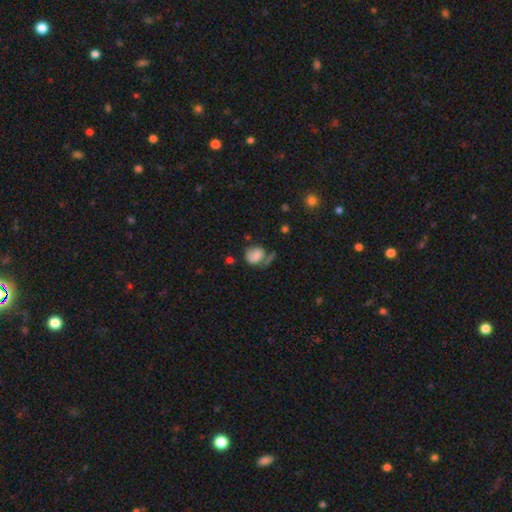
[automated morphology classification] smooth_or_featured: smooth (p=0.69) [alt: featured or disk p=0.21]
how_rounded: round (p=0.54) [alt: in between p=0.45]
merging: none (p=0.41) [alt: minor disturbance p=0.25]